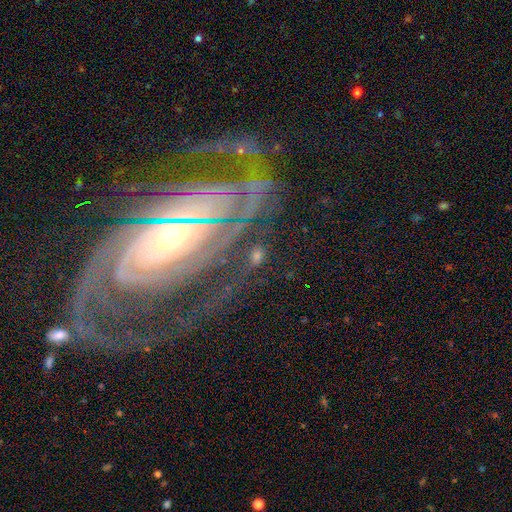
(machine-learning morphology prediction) A featured or disk galaxy (66%) with no bar (47%), spiral arms (77%) and a moderate central bulge (59%).

Vote fractions:
- Smooth or featured? featured or disk: 66% / smooth: 18% / star or artifact: 17%
- Edge-on disk? no: 84% / yes: 16%
- Bar? no: 47% / strong: 28% / weak: 24%
- Spiral arms? yes: 77% / no: 23%
- Bulge size? moderate: 59% / small: 24% / large: 12% / dominant: 4% / none: 2%
- Merging? none: 67% / minor disturbance: 15% / major disturbance: 13% / merger: 5%